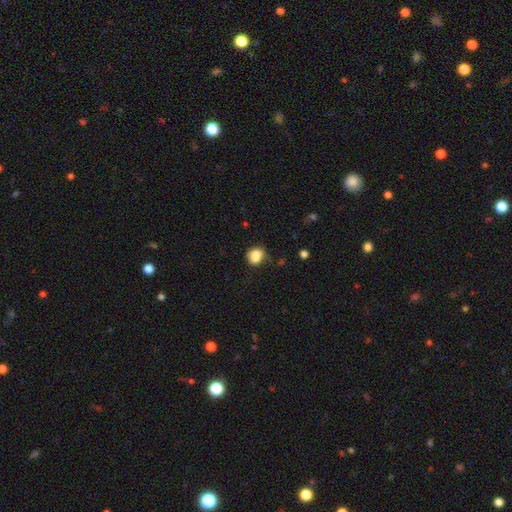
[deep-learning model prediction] Morphology: type=smooth (79%); roundness=round (63%); merging=none (48%).